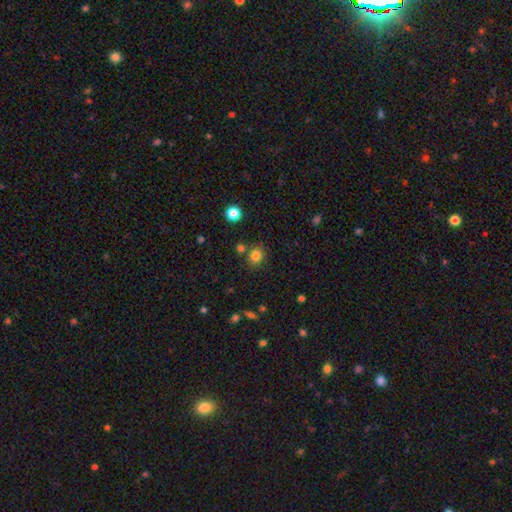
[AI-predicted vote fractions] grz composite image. It shows a smooth galaxy with no disk features (82%) that is round (64%). Merging: none (77%).